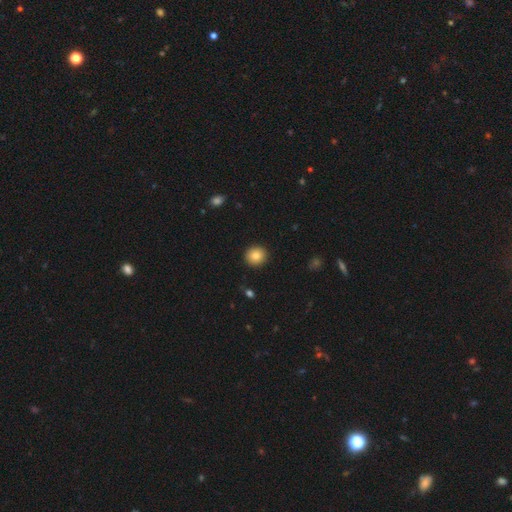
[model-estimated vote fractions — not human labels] smooth_or_featured: smooth (p=0.84) [alt: star or artifact p=0.09]
how_rounded: round (p=0.89) [alt: in between p=0.10]
merging: none (p=0.92) [alt: minor disturbance p=0.06]